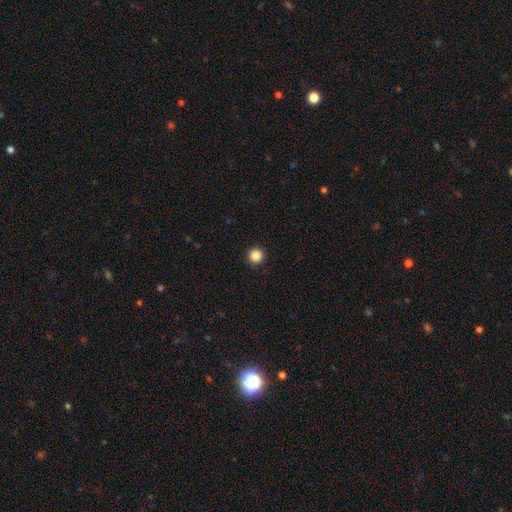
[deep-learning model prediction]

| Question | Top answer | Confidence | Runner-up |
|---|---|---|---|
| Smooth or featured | smooth | 86% | star or artifact (10%) |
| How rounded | round | 96% | in between (3%) |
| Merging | none | 94% | minor disturbance (4%) |